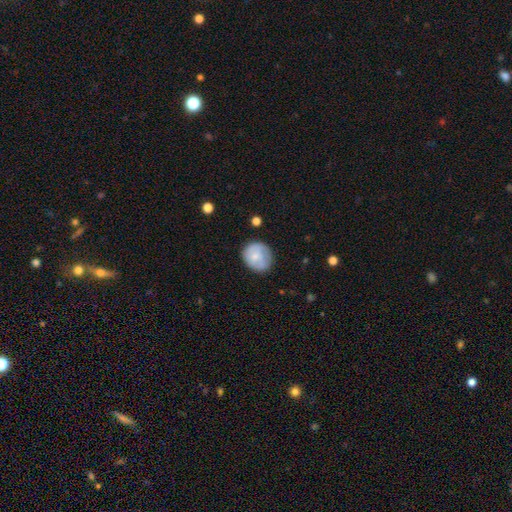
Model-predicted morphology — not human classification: Q: Smooth or featured?
A: smooth (71%); runner-up: featured or disk (22%)
Q: How rounded?
A: round (79%); runner-up: in between (20%)
Q: Merging?
A: none (70%); runner-up: minor disturbance (22%)